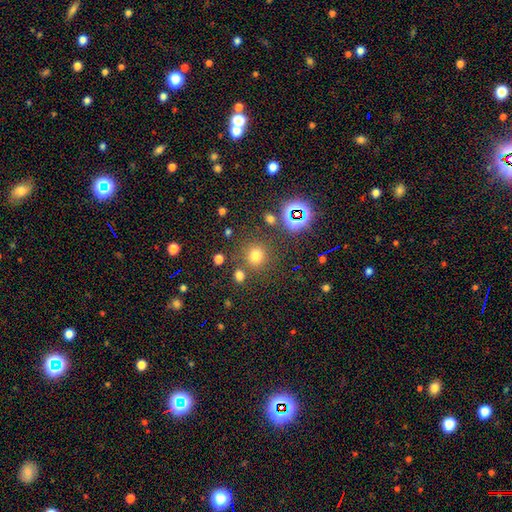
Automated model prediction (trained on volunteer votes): smooth 65%, star or artifact 28%, featured or disk 7%. Down the decision tree: how rounded — round (91%); merging — none (79%).